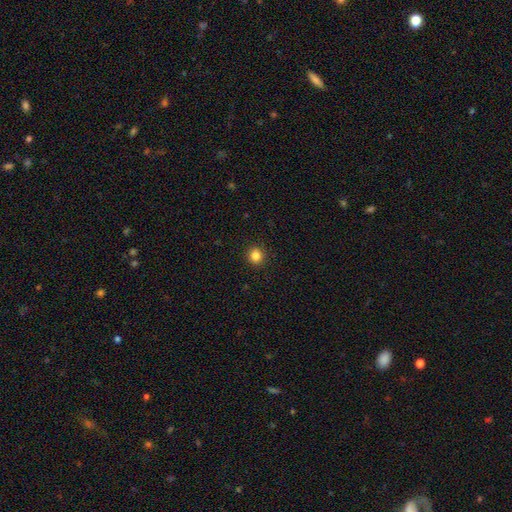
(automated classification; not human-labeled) Overall: smooth (84%). How rounded: round (93%). Merging: none (93%).